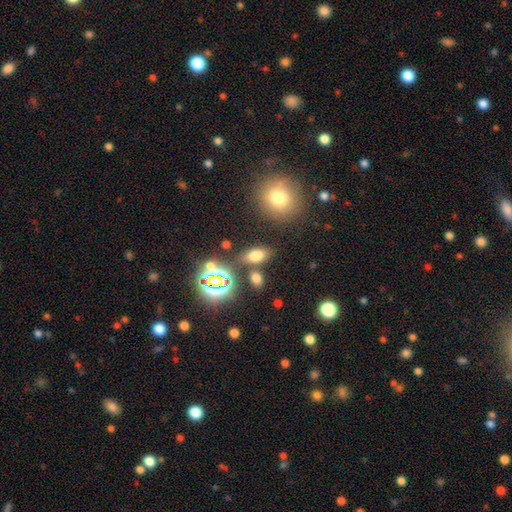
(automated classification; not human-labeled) This is likely a smooth galaxy (67%). How rounded: clearly in between (85%). Merging: likely none (76%).